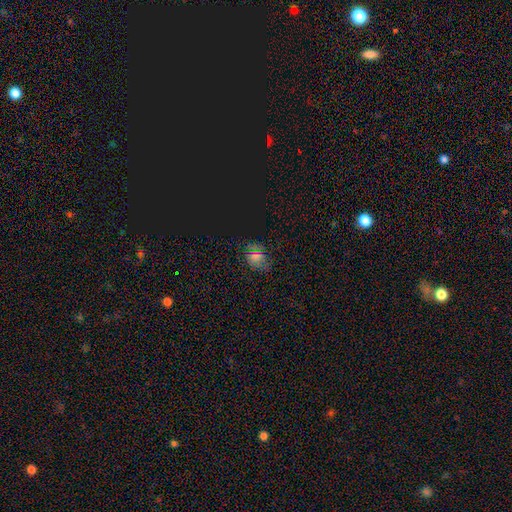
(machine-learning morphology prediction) A smooth galaxy with no disk features (46%). Merging: none (74%).